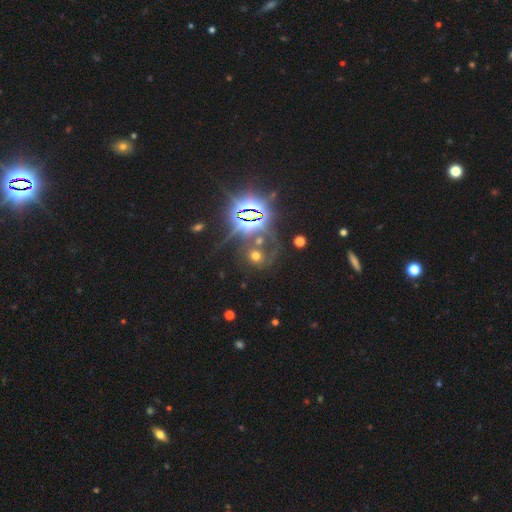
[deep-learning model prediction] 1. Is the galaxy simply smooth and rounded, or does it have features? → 46% star or artifact, 39% smooth, 16% featured or disk.